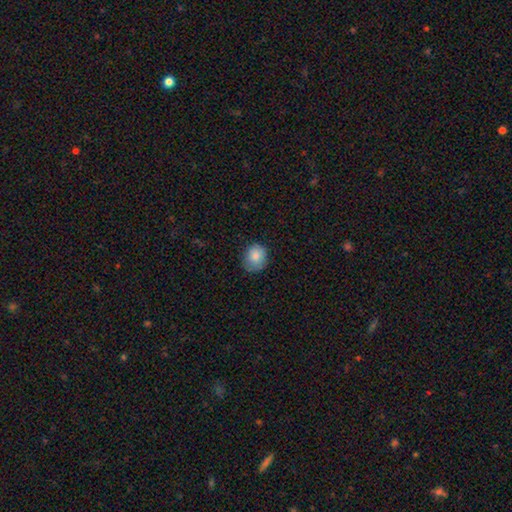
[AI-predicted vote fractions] This appears to be a smooth galaxy with no disk features (84%) that is round (72%). Merging: none (76%).